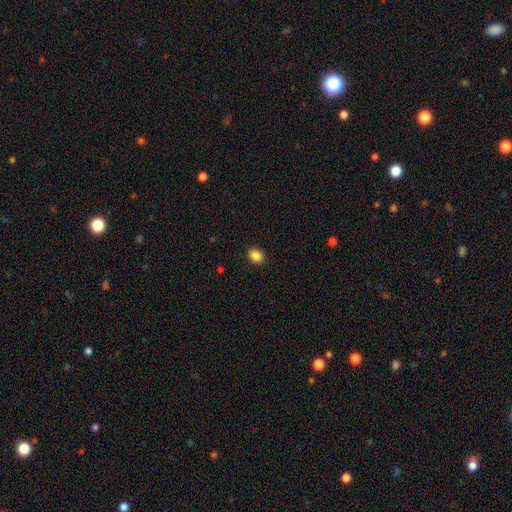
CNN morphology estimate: Smooth or featured? Predicted: smooth (p=0.87). How rounded? Predicted: round (p=0.52). Merging? Predicted: none (p=0.91).